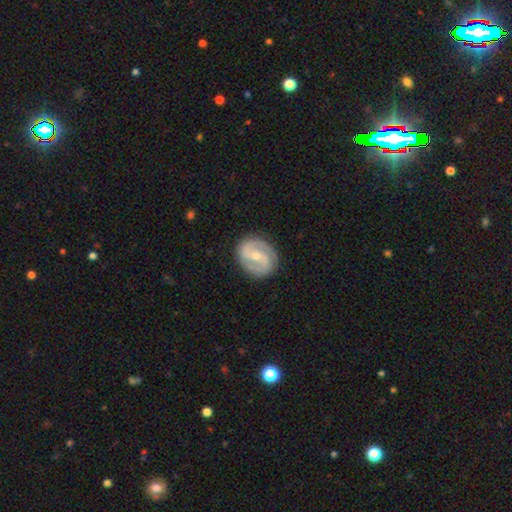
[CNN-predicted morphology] featured or disk 84%, smooth 12%, star or artifact 4%. Down the decision tree: edge-on disk — no (98%); bar — weak (46%); spiral arms — yes (95%); spiral arm count — 2 (90%); spiral winding — medium (48%); bulge size — small (55%); merging — none (85%).